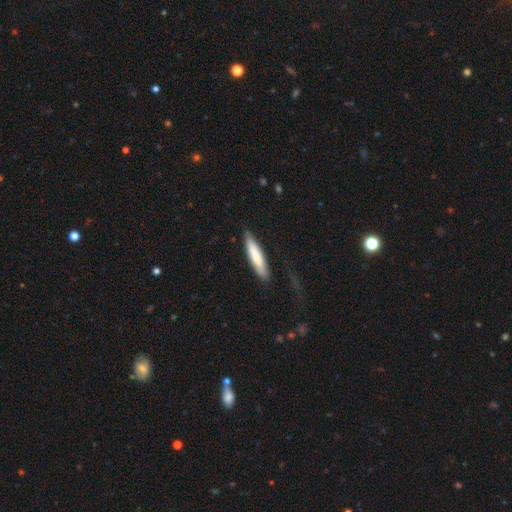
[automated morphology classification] This is likely a smooth galaxy (74%). How rounded: clearly cigar-shaped (81%). Merging: likely none (78%).